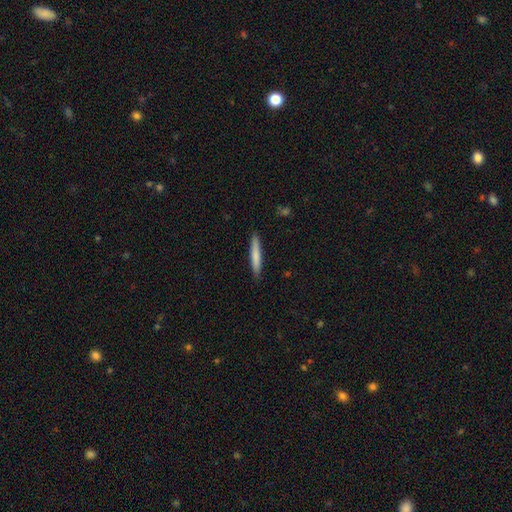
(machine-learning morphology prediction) Smooth or featured: smooth — 76% (featured or disk — 18%)
How rounded: cigar-shaped — 94% (in between — 5%)
Merging: none — 89% (minor disturbance — 8%)